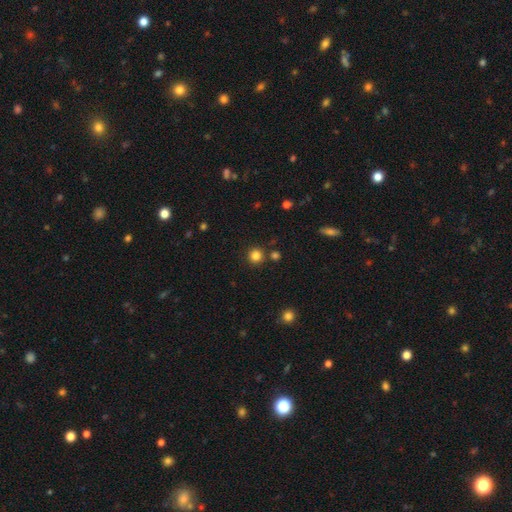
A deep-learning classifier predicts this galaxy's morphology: type=smooth (83%); roundness=round (94%); merging=none (86%).